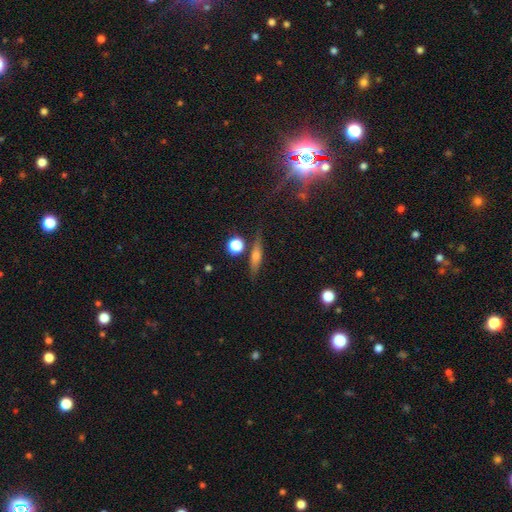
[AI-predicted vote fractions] A smooth galaxy with no disk features (44%).

Vote fractions:
- Smooth or featured? smooth: 44% / featured or disk: 42% / star or artifact: 14%
- Merging? none: 81% / minor disturbance: 11% / merger: 5% / major disturbance: 3%